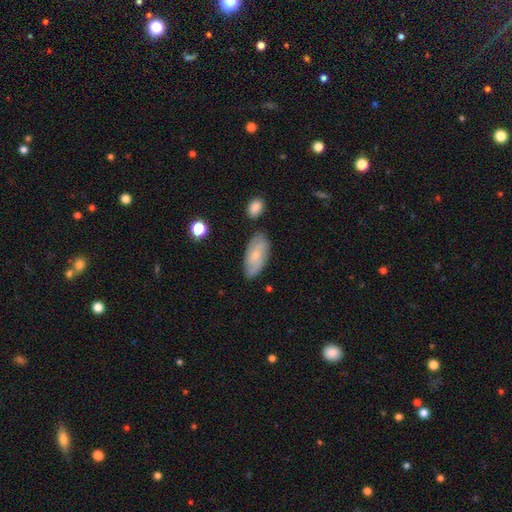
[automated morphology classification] The model was most divided on "smooth or featured": smooth: 53%, featured or disk: 40%, star or artifact: 7%. More confident: how rounded — in between (90%); merging — none (75%).